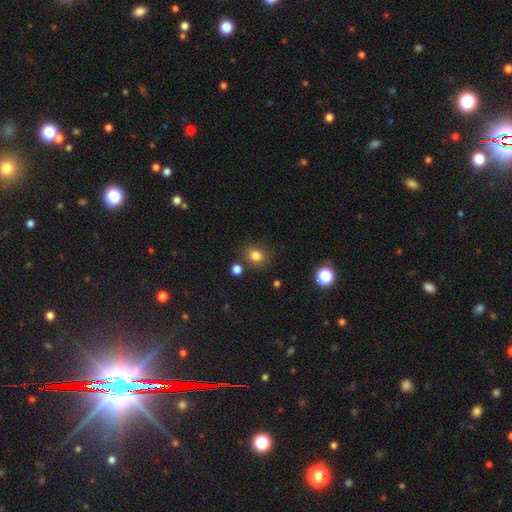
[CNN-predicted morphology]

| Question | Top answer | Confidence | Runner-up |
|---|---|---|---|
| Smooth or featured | smooth | 81% | star or artifact (13%) |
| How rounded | round | 66% | in between (33%) |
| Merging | none | 79% | minor disturbance (11%) |